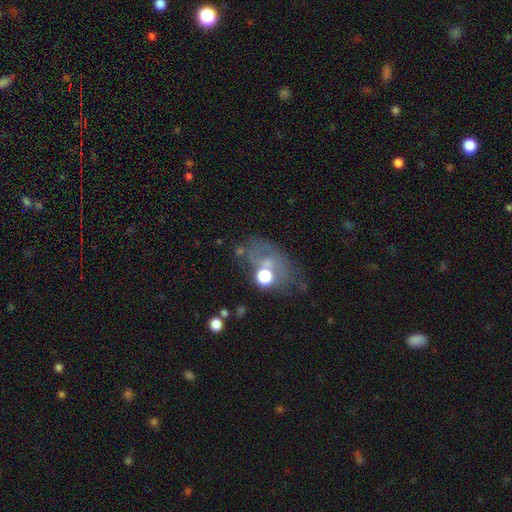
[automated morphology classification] Smooth or featured? featured or disk (36%, tied with smooth)
Merging? none (44%)